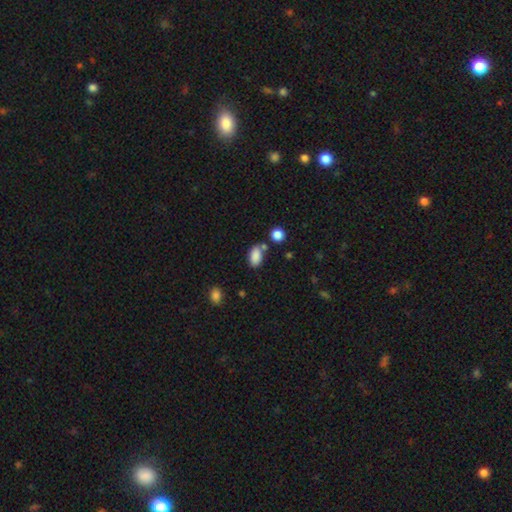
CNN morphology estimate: The model was most divided on "merging": none: 61%, merger: 17%, minor disturbance: 17%, major disturbance: 5%. More confident: how rounded — in between (90%); smooth or featured — smooth (86%).